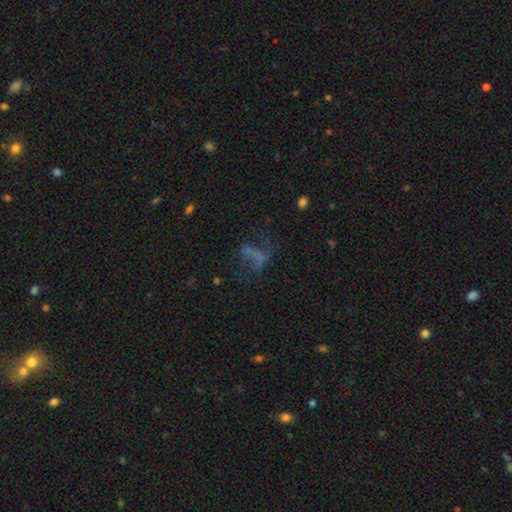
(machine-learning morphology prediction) smooth_or_featured: featured or disk (p=0.36) [alt: smooth p=0.34]
merging: none (p=0.39) [alt: major disturbance p=0.38]